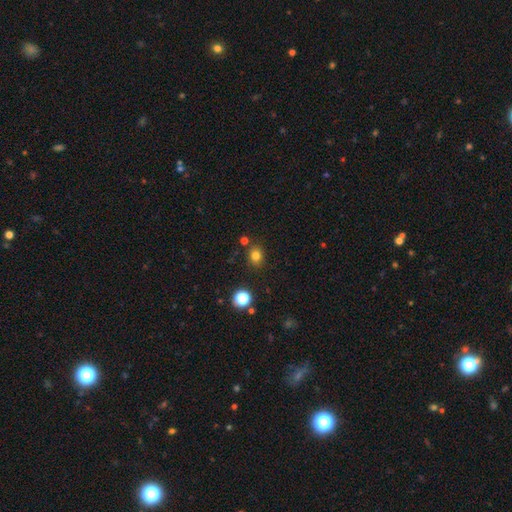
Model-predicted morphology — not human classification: A smooth galaxy with no disk features (79%) that is round (68%). Merging: none (82%).